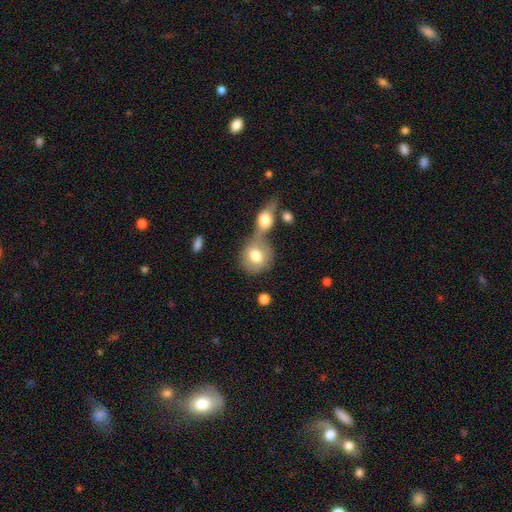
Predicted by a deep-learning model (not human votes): This appears to be a smooth galaxy with no disk features (73%) that is round (77%). Merging: merger (45%).